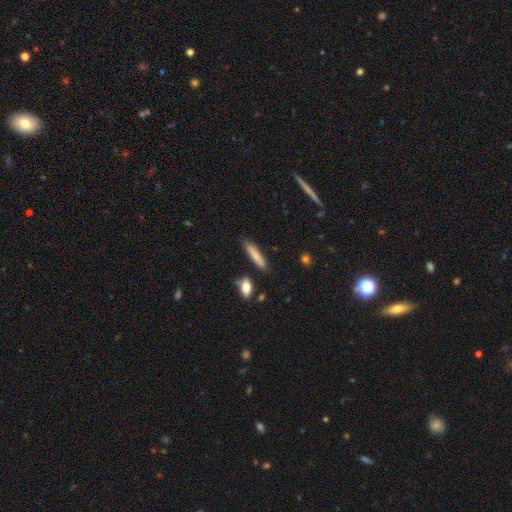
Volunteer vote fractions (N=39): Smooth or featured: smooth — 85% (featured or disk — 13%)
How rounded: cigar-shaped — 91% (in between — 9%)
Merging: none — 89% (minor disturbance — 8%)